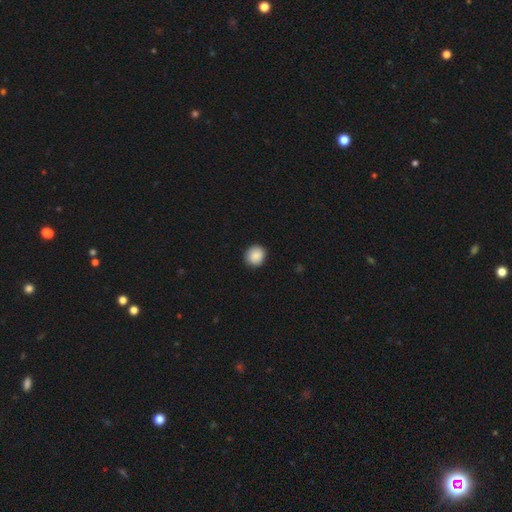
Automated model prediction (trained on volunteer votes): Smooth or featured? Predicted: smooth (p=0.88). How rounded? Predicted: round (p=0.87). Merging? Predicted: none (p=0.90).